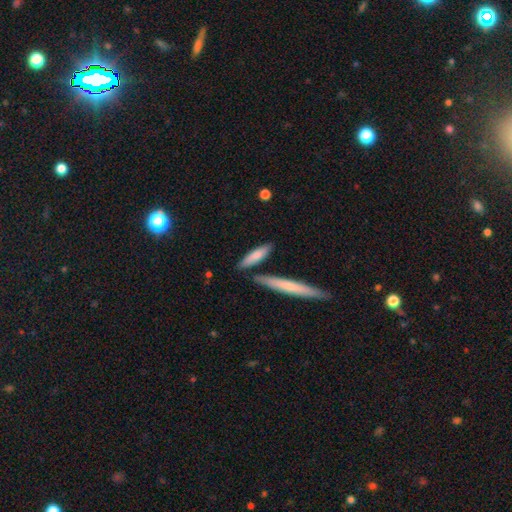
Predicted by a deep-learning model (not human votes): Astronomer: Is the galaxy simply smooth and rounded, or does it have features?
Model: smooth — 76%.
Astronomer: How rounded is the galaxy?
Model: cigar-shaped — 73%.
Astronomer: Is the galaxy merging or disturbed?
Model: none — 75%.